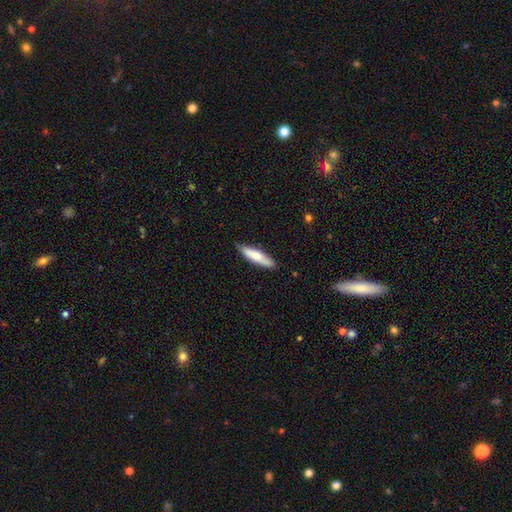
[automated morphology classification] Overall: smooth (67%). How rounded: cigar-shaped (75%). Merging: none (82%).